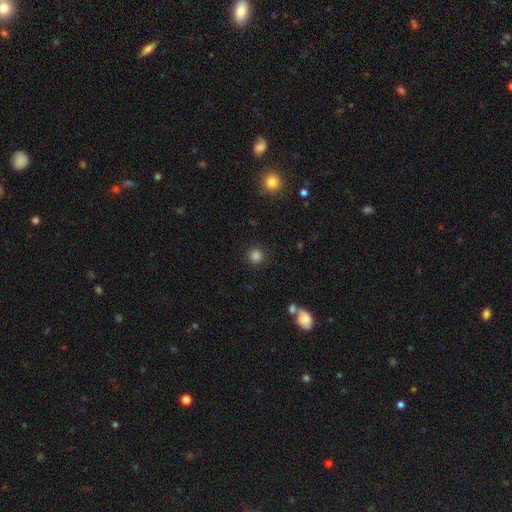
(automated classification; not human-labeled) Smooth or featured?
  - smooth: 84% *
  - star or artifact: 12%
  - featured or disk: 3%
How rounded?
  - round: 93% *
  - in between: 6%
  - cigar-shaped: 1%
Merging?
  - none: 89% *
  - minor disturbance: 6%
  - major disturbance: 3%
  - merger: 2%